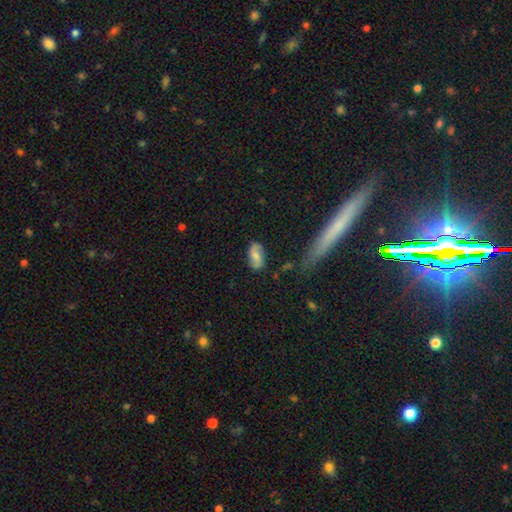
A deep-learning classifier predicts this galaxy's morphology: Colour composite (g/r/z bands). It shows a smooth galaxy with no disk features (51%) that is in between round and cigar-shaped (90%). Merging: none (78%).